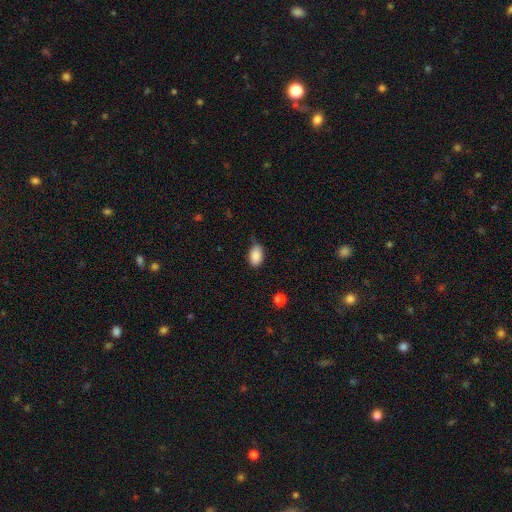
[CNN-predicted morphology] A smooth galaxy with no disk features (87%) that is in between round and cigar-shaped (89%).

Vote fractions:
- Smooth or featured? smooth: 87% / star or artifact: 8% / featured or disk: 5%
- How rounded? in between: 89% / round: 10% / cigar-shaped: 1%
- Merging? none: 63% / minor disturbance: 30% / major disturbance: 5% / merger: 2%